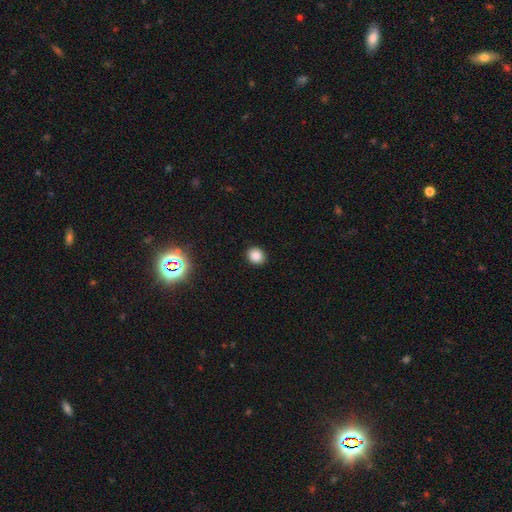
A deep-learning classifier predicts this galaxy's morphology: The model was most divided on "how rounded": round: 73%, in between: 26%, cigar-shaped: 1%. More confident: merging — none (90%); smooth or featured — smooth (86%).